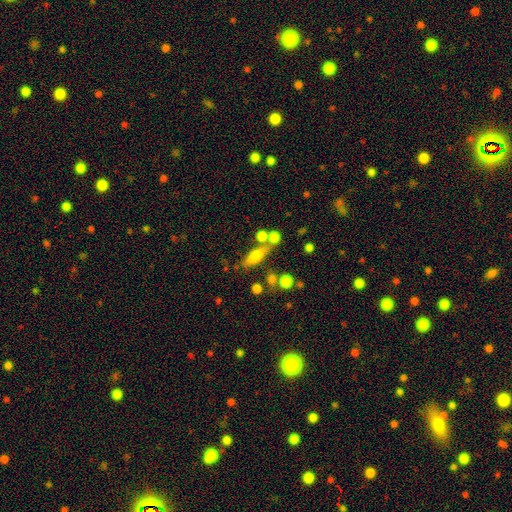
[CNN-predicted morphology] Overall: smooth (62%; featured or disk 28%). How rounded: cigar-shaped (48%; in between 46%). Merging: none (60%; merger 20%).